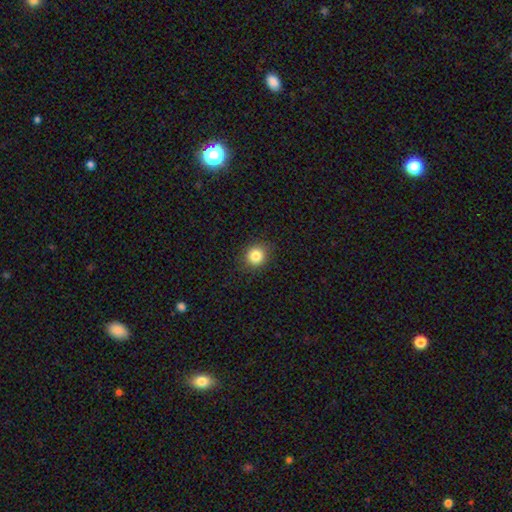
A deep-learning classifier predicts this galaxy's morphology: smooth_or_featured: smooth (p=0.84) [alt: star or artifact p=0.11]
how_rounded: round (p=0.85) [alt: in between p=0.14]
merging: none (p=0.89) [alt: minor disturbance p=0.08]